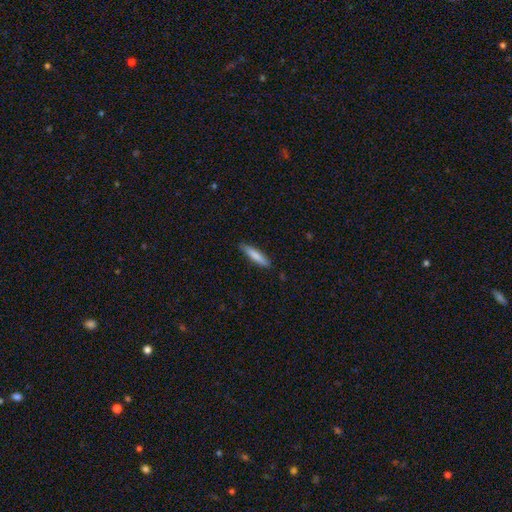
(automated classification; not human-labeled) smooth_or_featured: smooth (p=0.80) [alt: featured or disk p=0.15]
how_rounded: cigar-shaped (p=0.86) [alt: in between p=0.13]
merging: none (p=0.85) [alt: minor disturbance p=0.12]